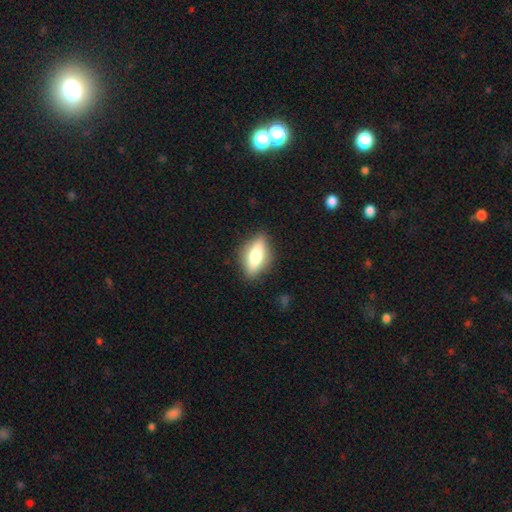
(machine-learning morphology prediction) smooth-or-featured: smooth: 56% | featured or disk: 37% | star or artifact: 7%
  how-rounded: in between: 65% | cigar-shaped: 30% | round: 5%
  merging: none: 85% | minor disturbance: 10% | major disturbance: 3% | merger: 1%